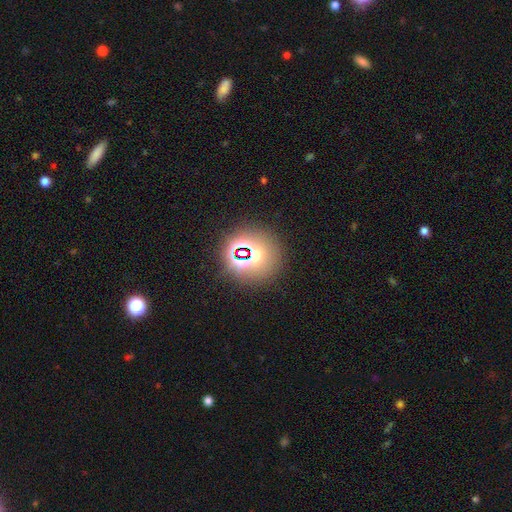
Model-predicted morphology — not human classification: Smooth or featured? smooth (47%)
Merging? none (73%)